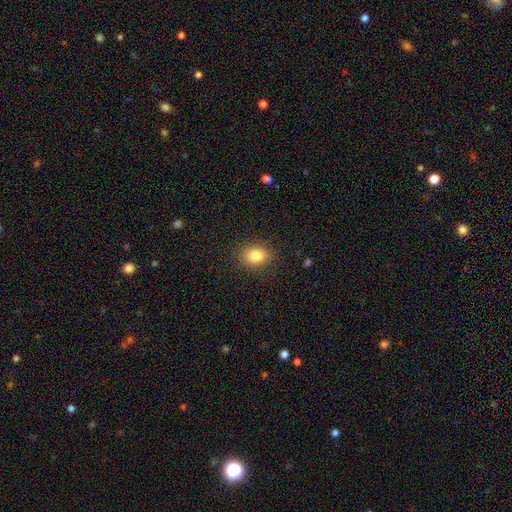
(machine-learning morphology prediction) Smooth or featured: smooth — 83% (star or artifact — 11%)
How rounded: in between — 50% (round — 49%)
Merging: none — 88% (minor disturbance — 8%)